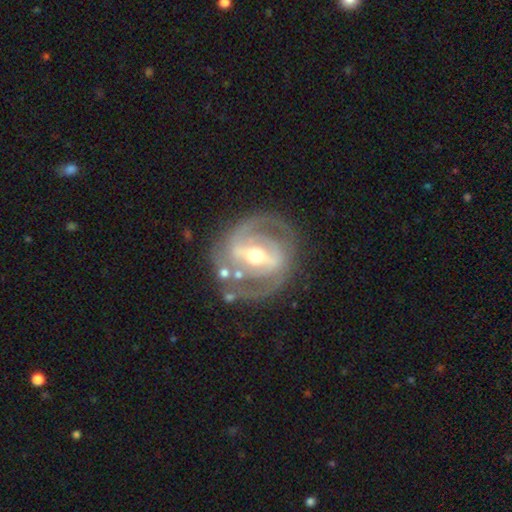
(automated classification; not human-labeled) Overall: featured or disk (86%). Edge-on disk: no (96%). Bar: strong (59%; weak 30%). Spiral arms: yes (84%). Spiral arm count: 2 (74%). Spiral winding: tight (49%; medium 39%). Bulge size: moderate (69%). Merging: none (74%).